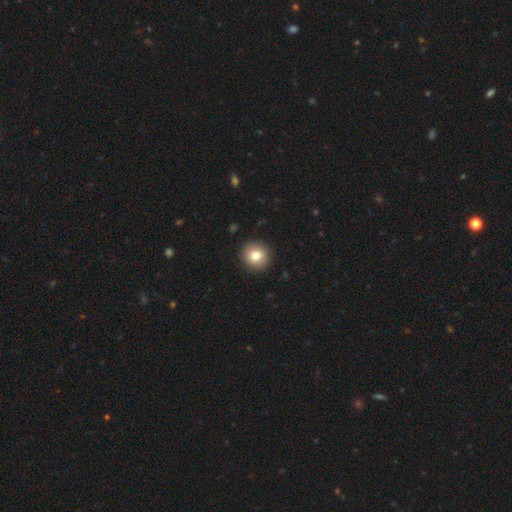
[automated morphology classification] Q: Smooth or featured?
A: smooth (80%); runner-up: featured or disk (10%)
Q: How rounded?
A: round (91%); runner-up: in between (8%)
Q: Merging?
A: none (92%); runner-up: minor disturbance (6%)